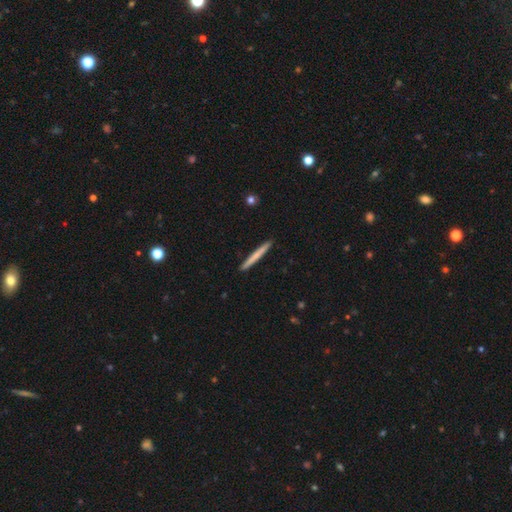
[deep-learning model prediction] Smooth or featured: smooth — 64% (featured or disk — 31%)
How rounded: cigar-shaped — 97% (in between — 2%)
Merging: none — 93% (minor disturbance — 5%)